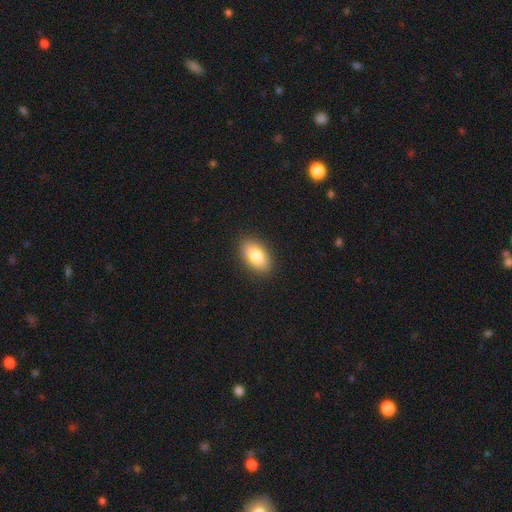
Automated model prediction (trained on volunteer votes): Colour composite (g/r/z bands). It shows a smooth galaxy with no disk features (81%) that is in between round and cigar-shaped (92%). Merging: none (89%).